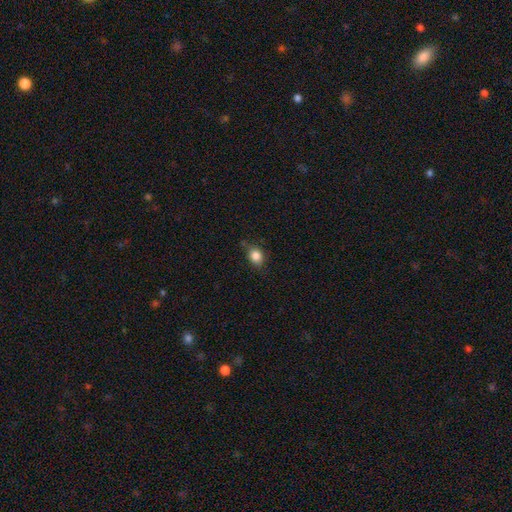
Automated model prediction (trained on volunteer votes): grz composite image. It shows a smooth galaxy with no disk features (84%) that is in between round and cigar-shaped (53%). Merging: none (69%).